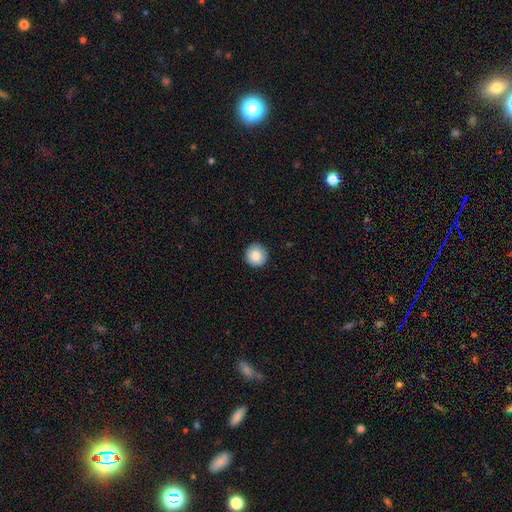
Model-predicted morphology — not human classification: This appears to be a smooth galaxy with no disk features (86%) that is round (95%). Merging: none (91%).